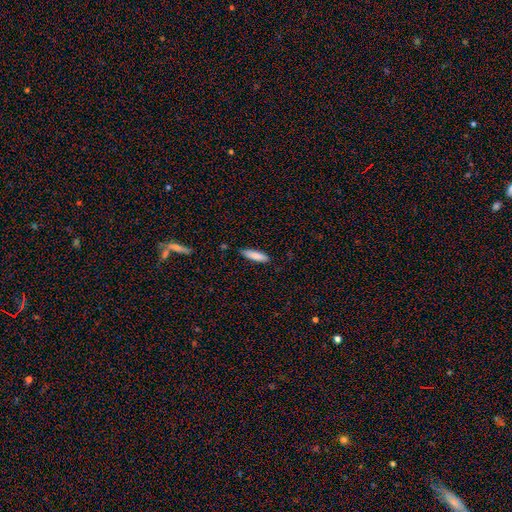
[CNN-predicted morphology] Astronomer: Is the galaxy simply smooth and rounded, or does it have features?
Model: smooth — 86%.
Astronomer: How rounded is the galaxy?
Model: cigar-shaped — 71%.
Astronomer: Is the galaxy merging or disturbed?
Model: none — 86%.